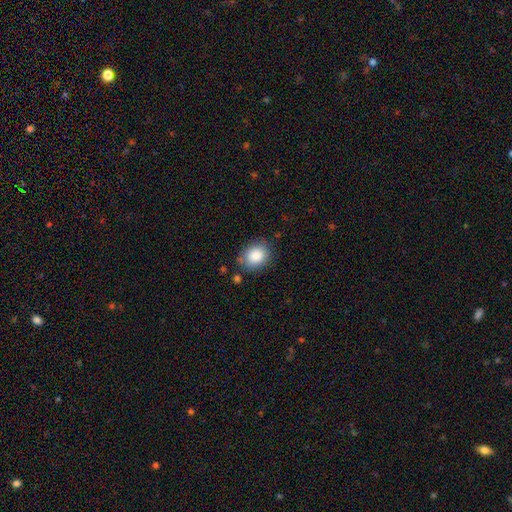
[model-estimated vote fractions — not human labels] smooth 86%, star or artifact 8%, featured or disk 6%. Down the decision tree: how rounded — in between (50%); merging — none (77%).